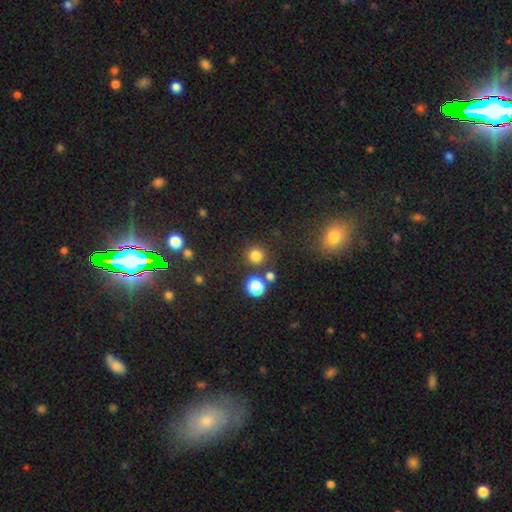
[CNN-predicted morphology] A smooth galaxy with no disk features (79%) that is round (93%).

Vote fractions:
- Smooth or featured? smooth: 79% / star or artifact: 17% / featured or disk: 5%
- How rounded? round: 93% / in between: 6% / cigar-shaped: 1%
- Merging? none: 83% / minor disturbance: 7% / merger: 7% / major disturbance: 3%